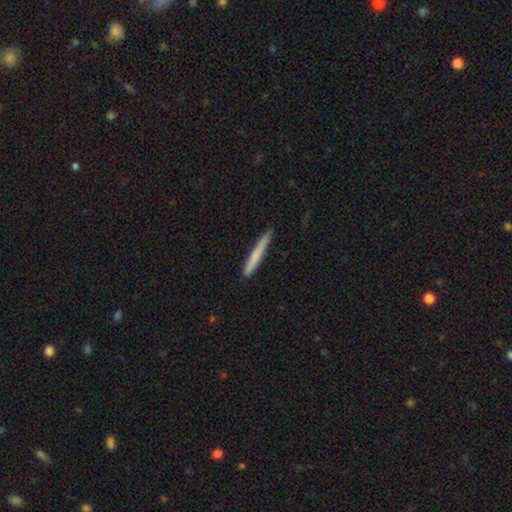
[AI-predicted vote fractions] Smooth or featured: smooth — 70% (featured or disk — 25%)
How rounded: cigar-shaped — 97% (in between — 2%)
Merging: none — 88% (minor disturbance — 9%)